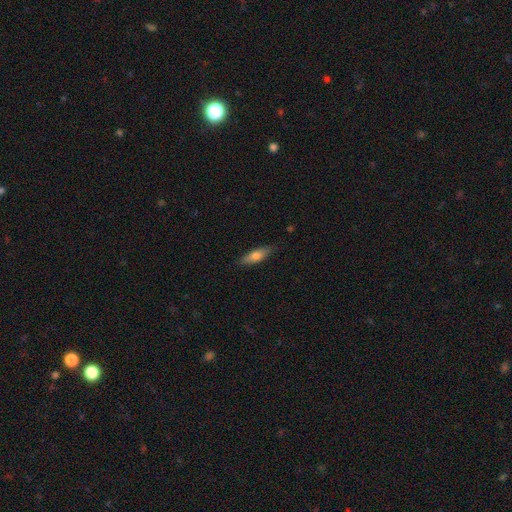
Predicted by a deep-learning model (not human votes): smooth_or_featured: smooth (p=0.68) [alt: featured or disk p=0.26]
how_rounded: in between (p=0.51) [alt: cigar-shaped p=0.47]
merging: none (p=0.84) [alt: minor disturbance p=0.12]